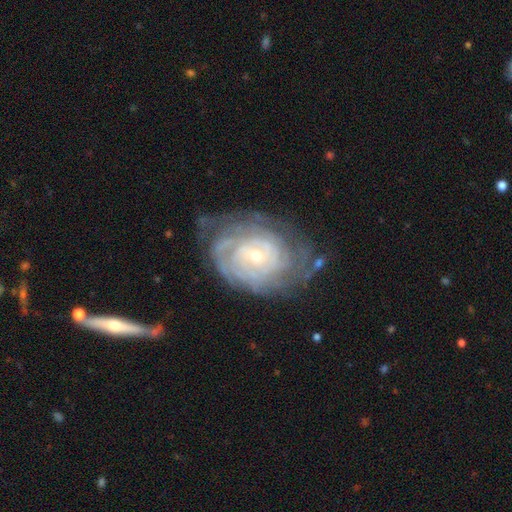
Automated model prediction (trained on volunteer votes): This is clearly a featured or disk galaxy (86%). It is clearly not viewed edge-on (97%). Bar: likely no (64%). Spiral arm pattern: clearly yes (94%). Spiral arm count: possibly can't tell (46%). Spiral winding: likely tight (80%). Central bulge: possibly small (60%). Merging: likely none (64%).